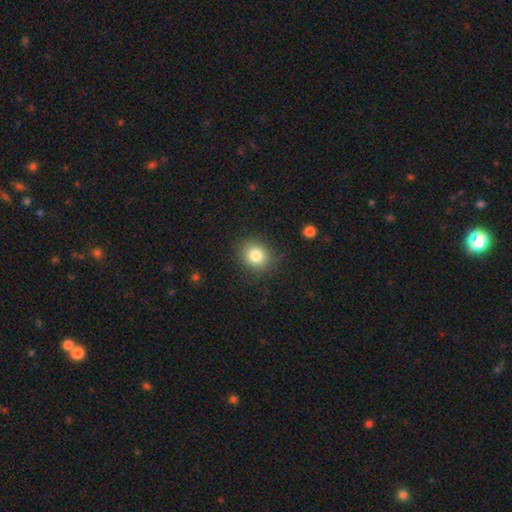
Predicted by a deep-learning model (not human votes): This appears to be a smooth galaxy with no disk features (82%) that is round (74%). Merging: none (82%).